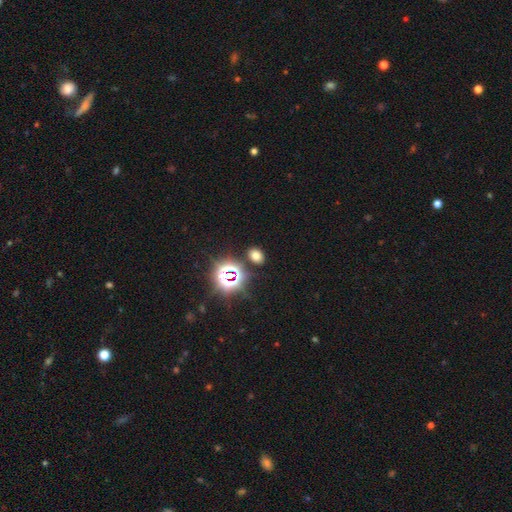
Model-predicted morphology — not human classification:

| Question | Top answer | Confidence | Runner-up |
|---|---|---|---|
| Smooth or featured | smooth | 64% | star or artifact (28%) |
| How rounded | in between | 69% | round (30%) |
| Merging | none | 85% | minor disturbance (9%) |